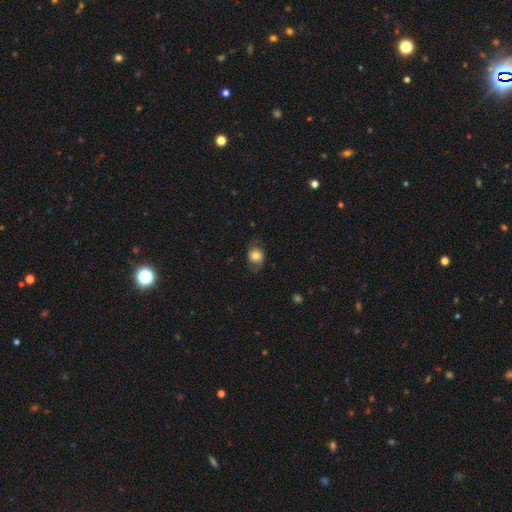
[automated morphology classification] Overall: smooth (66%). How rounded: round (61%; in between 38%). Merging: none (69%).